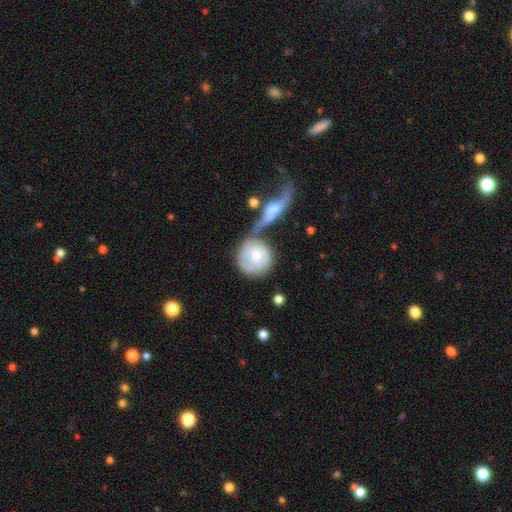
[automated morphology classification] smooth-or-featured: smooth: 47% (tied) | featured or disk: 47% (tied) | star or artifact: 5%
  merging: merger: 39% | none: 37% | minor disturbance: 14% | major disturbance: 9%